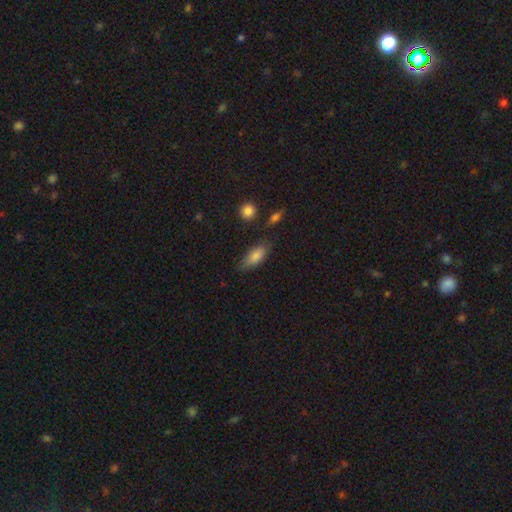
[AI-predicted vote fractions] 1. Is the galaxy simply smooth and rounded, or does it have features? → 81% smooth, 12% featured or disk, 7% star or artifact.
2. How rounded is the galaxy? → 78% in between, 19% cigar-shaped, 3% round.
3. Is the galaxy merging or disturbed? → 74% none, 19% minor disturbance, 4% major disturbance, 4% merger.